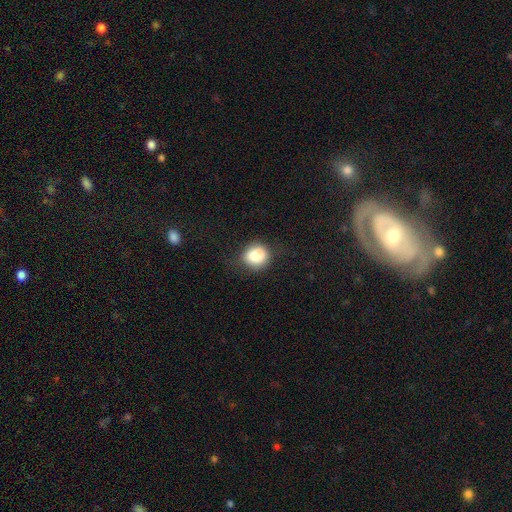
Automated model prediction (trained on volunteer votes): Smooth or featured?
  - smooth: 84% *
  - star or artifact: 10%
  - featured or disk: 6%
How rounded?
  - round: 78% *
  - in between: 21%
  - cigar-shaped: 1%
Merging?
  - none: 74% *
  - minor disturbance: 19%
  - major disturbance: 6%
  - merger: 2%